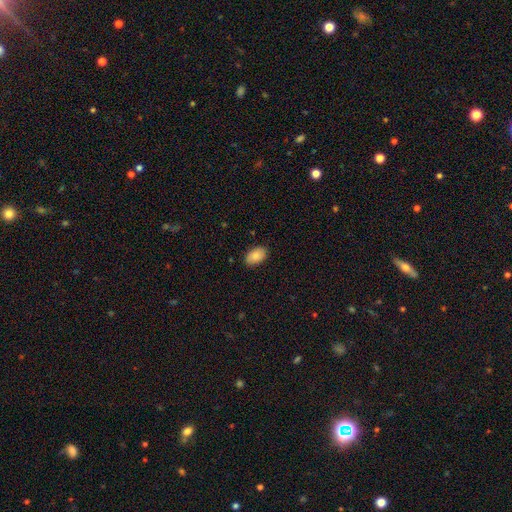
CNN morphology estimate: smooth 86%, featured or disk 8%, star or artifact 7%. Down the decision tree: how rounded — in between (92%); merging — none (88%).